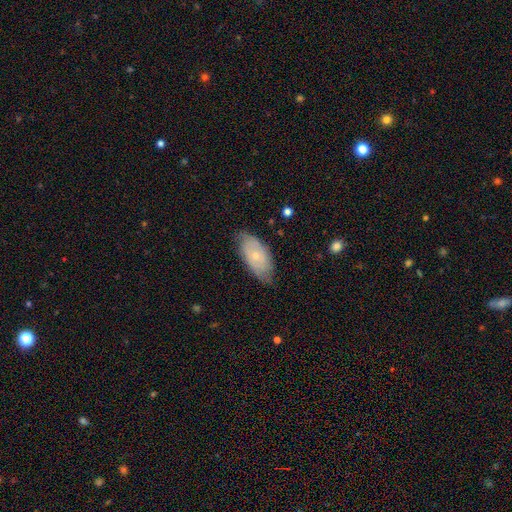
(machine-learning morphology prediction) type=smooth (51%); roundness=in between (91%); merging=none (70%).